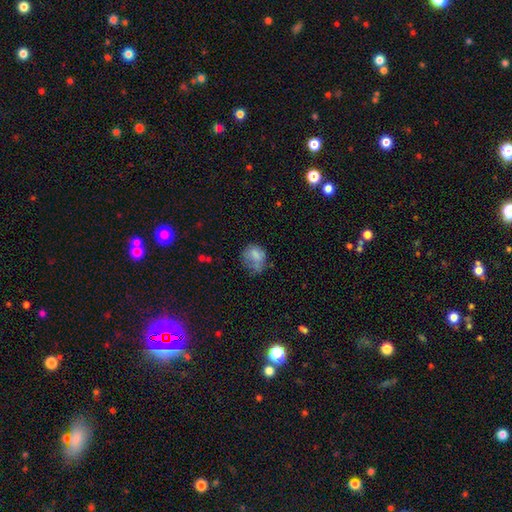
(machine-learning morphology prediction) smooth-or-featured: smooth: 68% | featured or disk: 21% | star or artifact: 11%
  how-rounded: round: 60% | in between: 39% | cigar-shaped: 1%
  merging: none: 38% | minor disturbance: 31% | major disturbance: 26% | merger: 6%